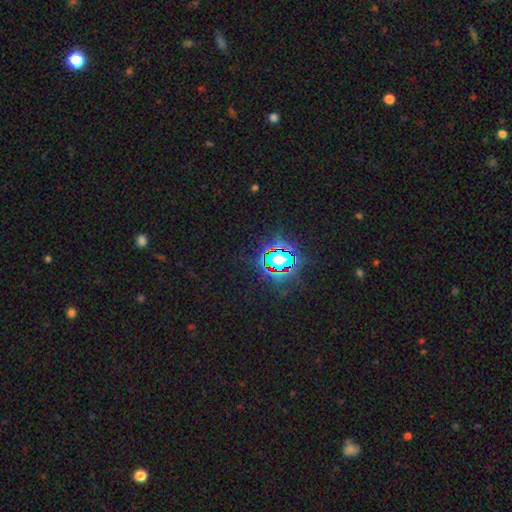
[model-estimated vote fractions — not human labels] Smooth or featured? Predicted: star or artifact (p=0.82).